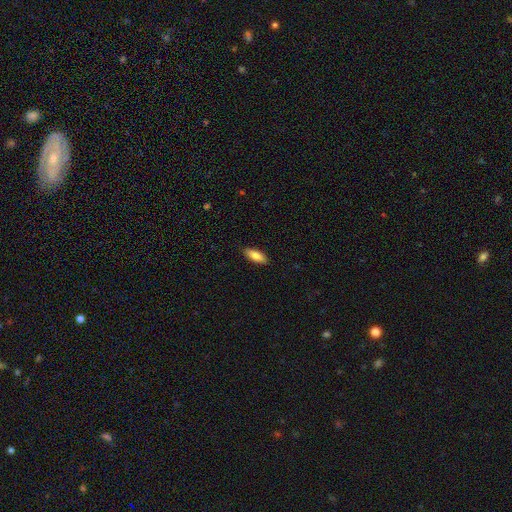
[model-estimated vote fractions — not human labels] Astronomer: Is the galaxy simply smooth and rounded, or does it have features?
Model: smooth — 83%.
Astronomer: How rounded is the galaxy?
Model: in between — 75%.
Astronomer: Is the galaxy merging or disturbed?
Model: none — 89%.